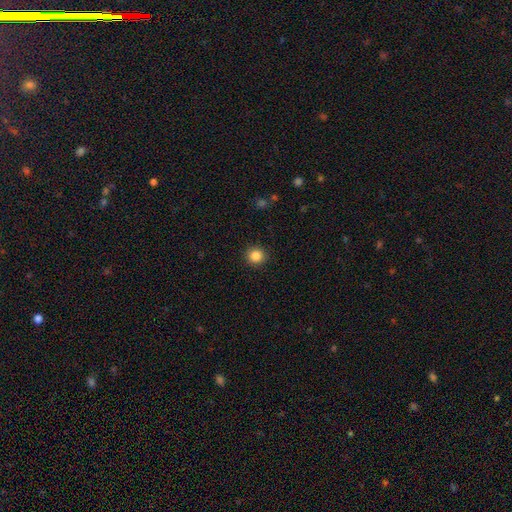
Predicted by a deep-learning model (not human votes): This appears to be a smooth galaxy with no disk features (85%) that is round (92%). Merging: none (91%).